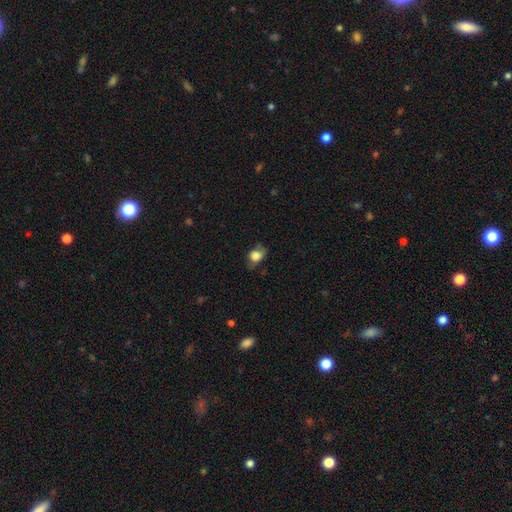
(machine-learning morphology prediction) Smooth or featured: smooth — 78% (featured or disk — 13%)
How rounded: in between — 58% (round — 40%)
Merging: none — 51% (minor disturbance — 33%)